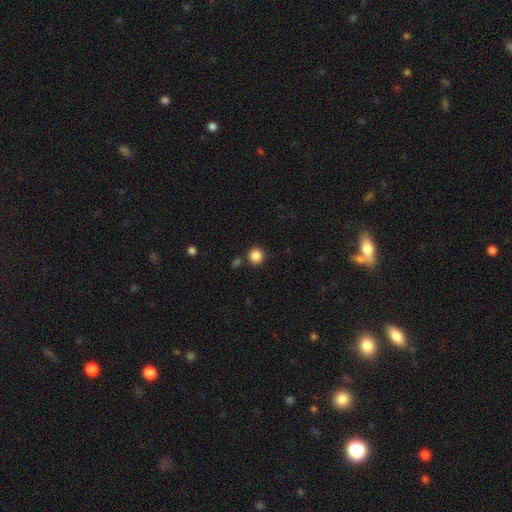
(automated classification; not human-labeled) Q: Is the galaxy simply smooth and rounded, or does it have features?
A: smooth — 86%.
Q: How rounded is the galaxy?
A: round — 93%.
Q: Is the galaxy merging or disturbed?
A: none — 86%.